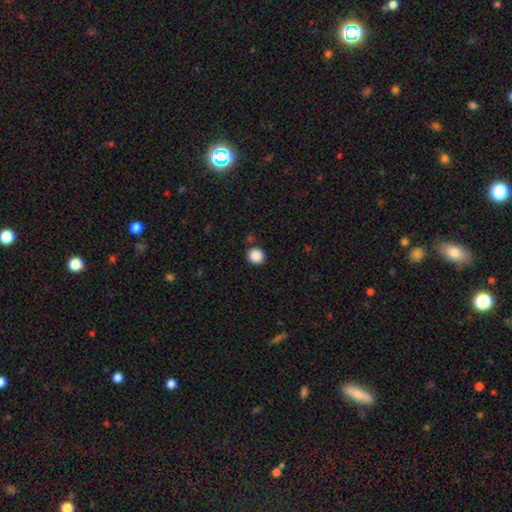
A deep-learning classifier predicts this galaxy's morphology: Smooth or featured?
  - smooth: 89% *
  - star or artifact: 9%
  - featured or disk: 2%
How rounded?
  - round: 83% *
  - in between: 16%
  - cigar-shaped: 1%
Merging?
  - none: 87% *
  - minor disturbance: 8%
  - merger: 3%
  - major disturbance: 3%